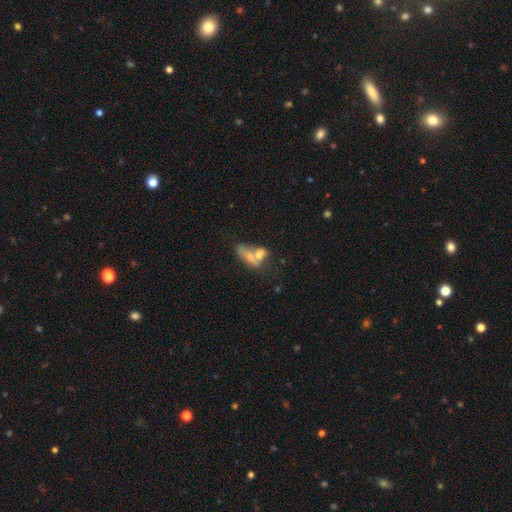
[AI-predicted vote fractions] smooth_or_featured: smooth (p=0.53) [alt: featured or disk p=0.35]
how_rounded: in between (p=0.75) [alt: cigar-shaped p=0.15]
merging: merger (p=0.53) [alt: none p=0.21]